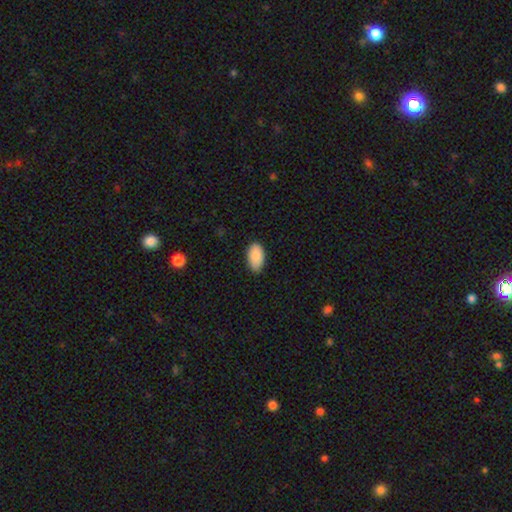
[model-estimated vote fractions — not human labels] Smooth or featured?
  - smooth: 89% *
  - star or artifact: 6%
  - featured or disk: 4%
How rounded?
  - in between: 95% *
  - round: 3%
  - cigar-shaped: 2%
Merging?
  - none: 81% *
  - minor disturbance: 16%
  - major disturbance: 2%
  - merger: 1%